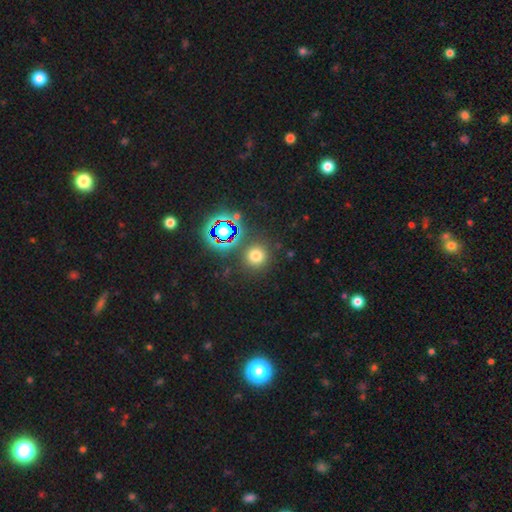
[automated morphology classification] smooth 67%, star or artifact 26%, featured or disk 7%. Down the decision tree: how rounded — round (93%); merging — none (85%).